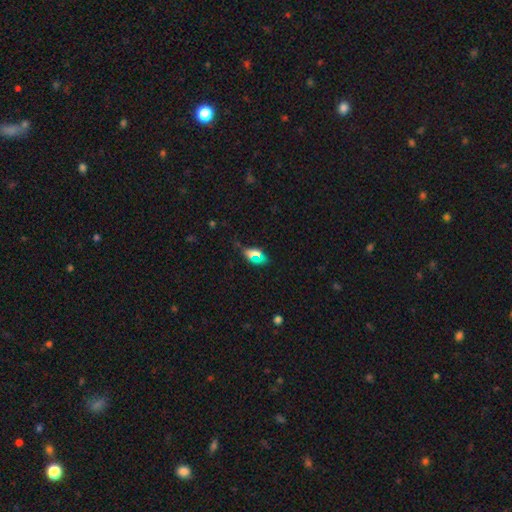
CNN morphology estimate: smooth 62%, star or artifact 26%, featured or disk 12%. Down the decision tree: how rounded — in between (84%); merging — none (72%).